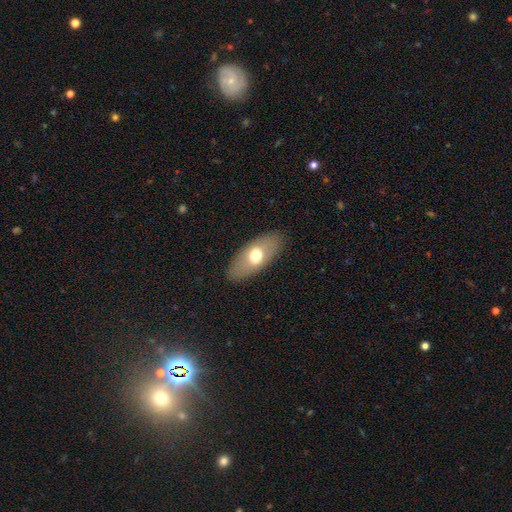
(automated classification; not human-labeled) Overall: smooth (63%; featured or disk 30%). How rounded: in between (87%). Merging: none (86%).